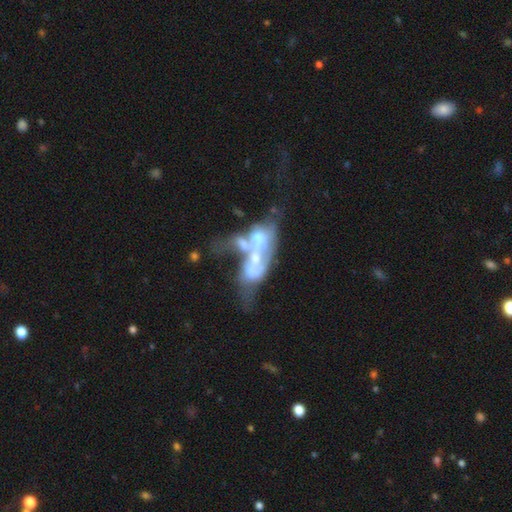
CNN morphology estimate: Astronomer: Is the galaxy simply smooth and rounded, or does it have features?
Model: featured or disk — 73%.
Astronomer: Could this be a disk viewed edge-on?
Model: no — 90%.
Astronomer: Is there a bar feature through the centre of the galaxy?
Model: no — 66%.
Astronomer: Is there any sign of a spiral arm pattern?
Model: no — 60% (runner-up: yes, 40%).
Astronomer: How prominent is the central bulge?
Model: moderate — 36% (runner-up: small, 35%).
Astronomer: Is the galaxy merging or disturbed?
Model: merger — 64%.